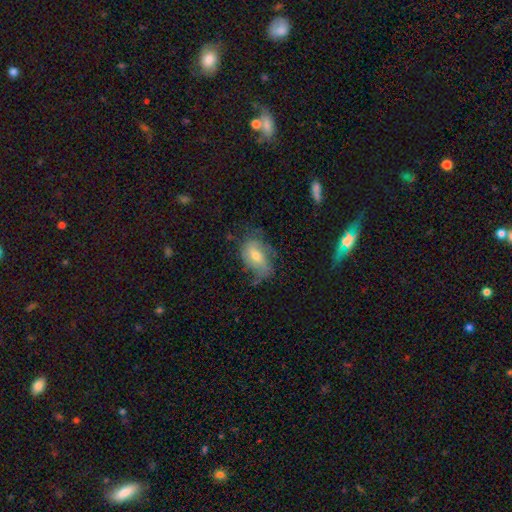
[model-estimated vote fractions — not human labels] Smooth or featured?
  - featured or disk: 47% *
  - smooth: 44%
  - star or artifact: 9%
Merging?
  - none: 51% *
  - minor disturbance: 30%
  - major disturbance: 16%
  - merger: 3%